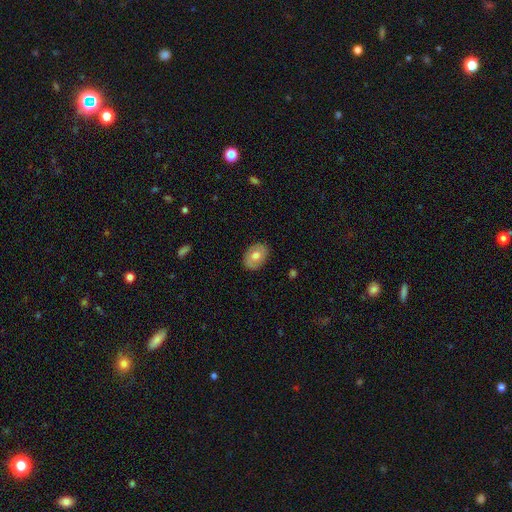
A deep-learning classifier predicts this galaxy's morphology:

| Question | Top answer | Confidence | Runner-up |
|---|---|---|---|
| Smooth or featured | smooth | 70% | featured or disk (23%) |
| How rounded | in between | 76% | round (23%) |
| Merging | none | 86% | minor disturbance (10%) |